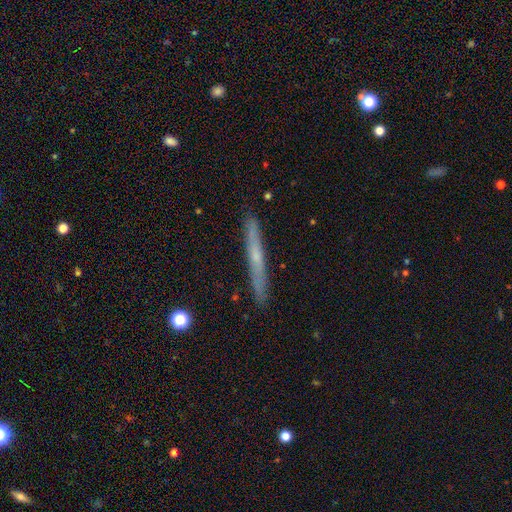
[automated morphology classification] This is possibly a featured or disk galaxy (55%). It is clearly viewed edge-on (96%). Edge-on bulge: possibly none (56%). Merging: clearly none (90%).